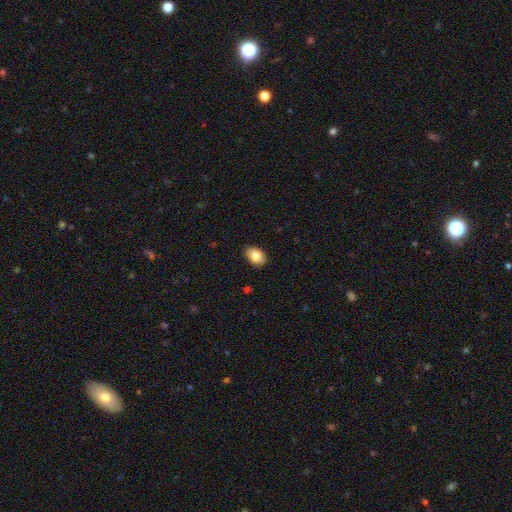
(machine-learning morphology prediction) Smooth or featured: smooth — 84% (featured or disk — 8%)
How rounded: in between — 77% (round — 22%)
Merging: none — 87% (minor disturbance — 10%)